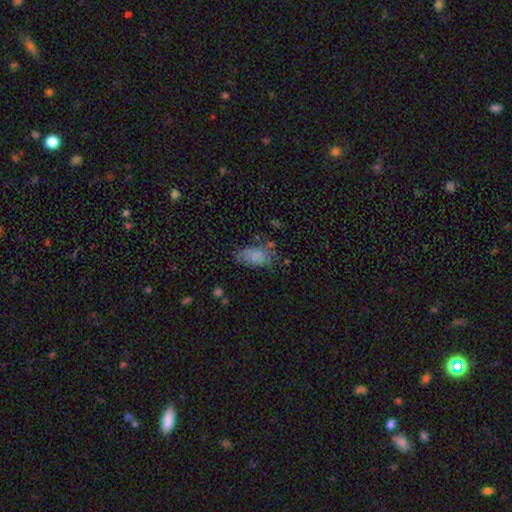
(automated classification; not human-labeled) Smooth or featured? Predicted: smooth (p=0.76). How rounded? Predicted: in between (p=0.92). Merging? Predicted: none (p=0.53).